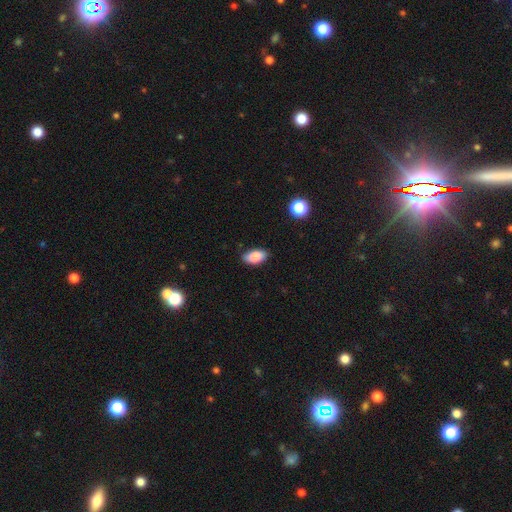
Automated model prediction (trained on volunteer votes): smooth-or-featured: smooth: 85% | star or artifact: 8% | featured or disk: 8%
  how-rounded: in between: 92% | round: 4% | cigar-shaped: 4%
  merging: none: 84% | minor disturbance: 13% | major disturbance: 2% | merger: 1%